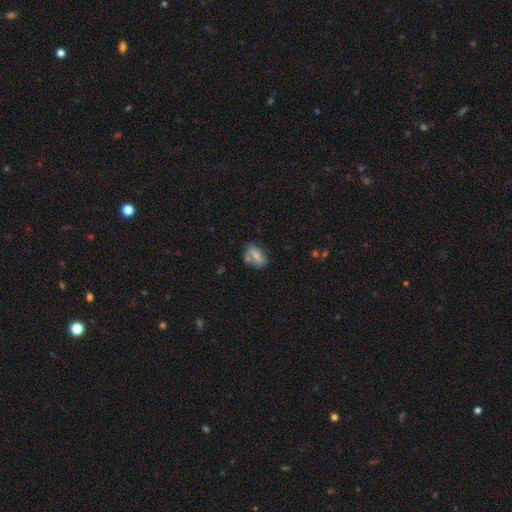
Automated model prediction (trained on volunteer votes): Q: Smooth or featured?
A: smooth (64%); runner-up: featured or disk (27%)
Q: How rounded?
A: in between (80%); runner-up: round (16%)
Q: Merging?
A: none (57%); runner-up: minor disturbance (23%)